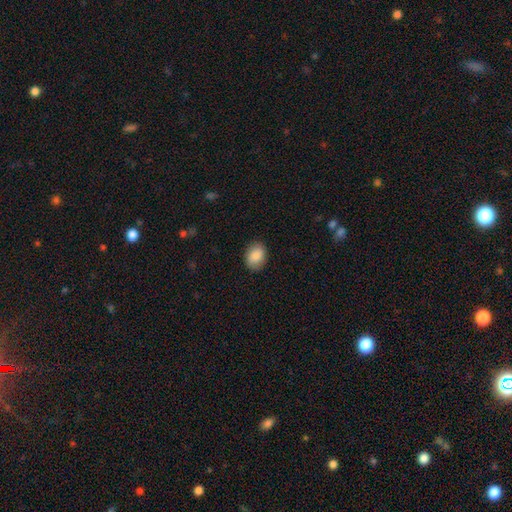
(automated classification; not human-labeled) Smooth or featured?
  - smooth: 88% *
  - star or artifact: 7%
  - featured or disk: 5%
How rounded?
  - in between: 72% *
  - round: 27%
  - cigar-shaped: 1%
Merging?
  - none: 87% *
  - minor disturbance: 10%
  - major disturbance: 2%
  - merger: 1%